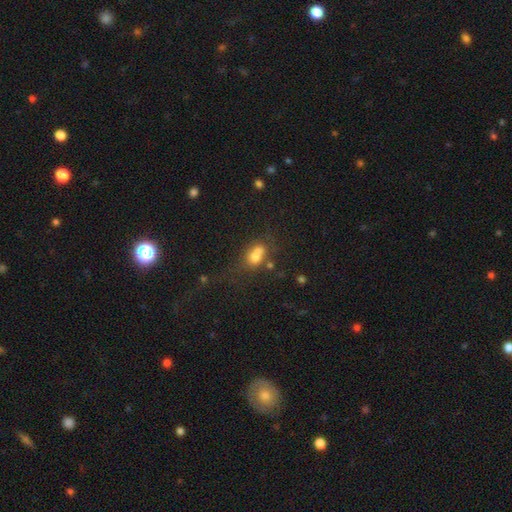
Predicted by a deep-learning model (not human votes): Smooth or featured?
  - smooth: 68% *
  - featured or disk: 18%
  - star or artifact: 14%
How rounded?
  - in between: 60% *
  - round: 37%
  - cigar-shaped: 3%
Merging?
  - merger: 47% *
  - none: 30%
  - minor disturbance: 14%
  - major disturbance: 10%